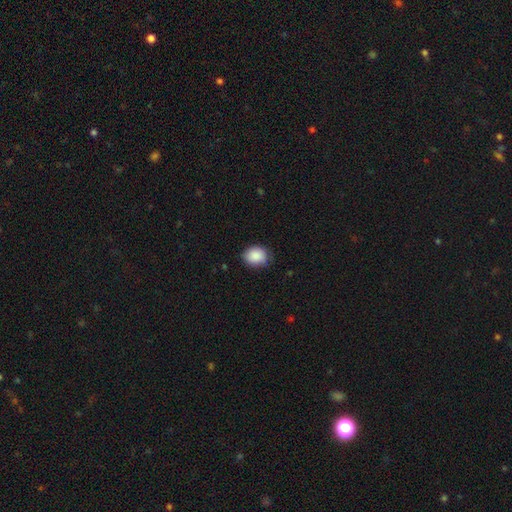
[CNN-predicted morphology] Q: Smooth or featured?
A: smooth (88%); runner-up: star or artifact (7%)
Q: How rounded?
A: in between (50%); runner-up: round (49%)
Q: Merging?
A: none (75%); runner-up: minor disturbance (20%)